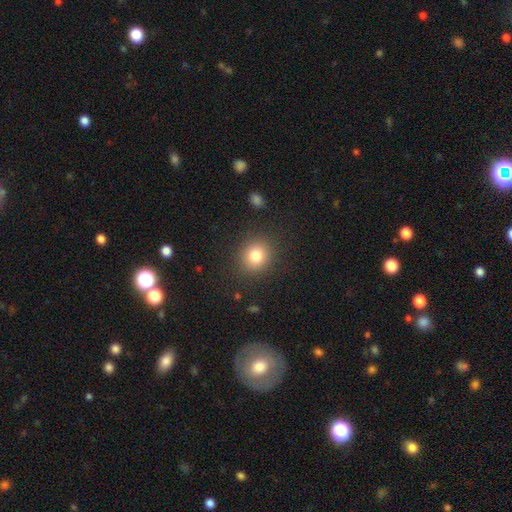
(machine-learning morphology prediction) The model was most divided on "how rounded": round: 77%, in between: 23%, cigar-shaped: 1%. More confident: merging — none (87%); smooth or featured — smooth (80%).